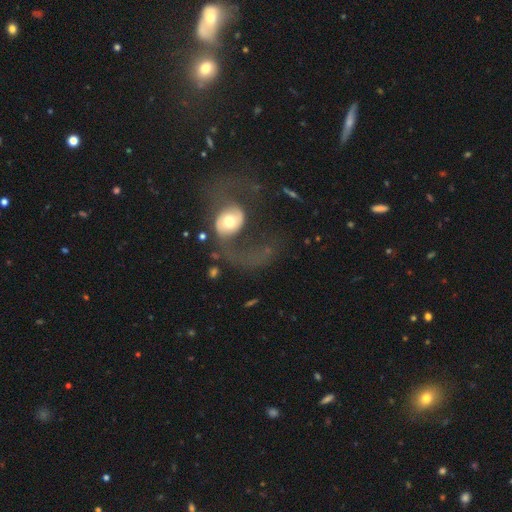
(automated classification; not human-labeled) Overall: featured or disk (62%; smooth 24%). Edge-on disk: no (96%). Bar: no (68%). Spiral arms: yes (62%; no 38%). Bulge size: moderate (57%; large 20%). Merging: major disturbance (48%; none 31%).